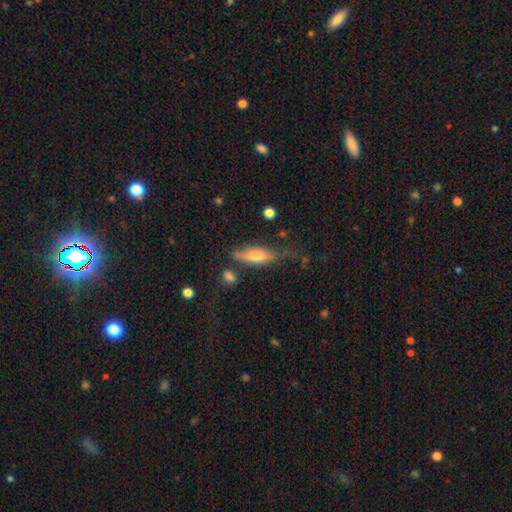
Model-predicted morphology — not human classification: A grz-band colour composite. It shows a smooth galaxy with no disk features (53%) that is cigar-shaped (53%). Merging: none (59%).